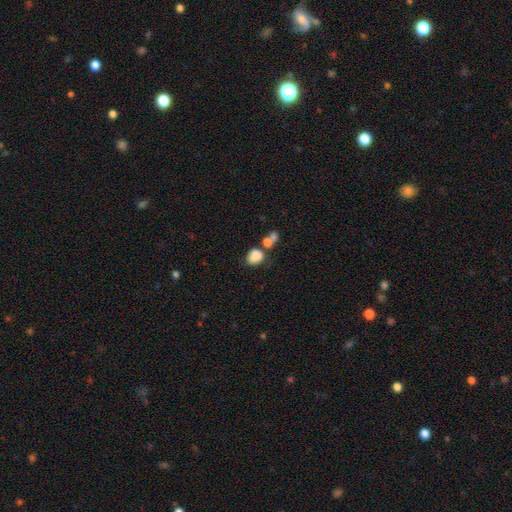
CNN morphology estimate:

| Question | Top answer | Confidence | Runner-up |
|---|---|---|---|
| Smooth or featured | smooth | 82% | star or artifact (10%) |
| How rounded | in between | 55% | round (43%) |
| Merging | none | 42% | merger (30%) |